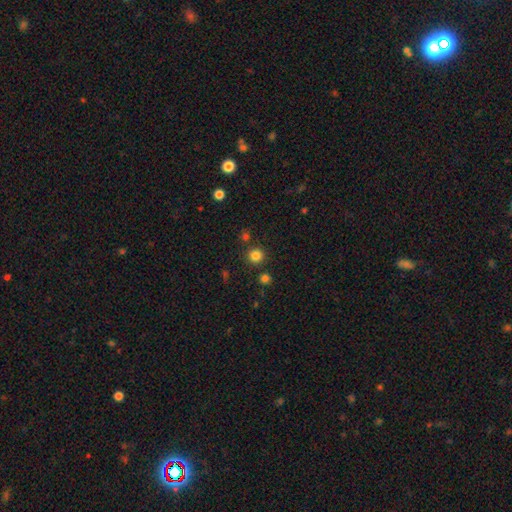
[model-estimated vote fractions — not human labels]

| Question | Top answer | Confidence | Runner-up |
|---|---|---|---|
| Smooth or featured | smooth | 82% | star or artifact (14%) |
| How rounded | round | 94% | in between (5%) |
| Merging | none | 86% | minor disturbance (6%) |